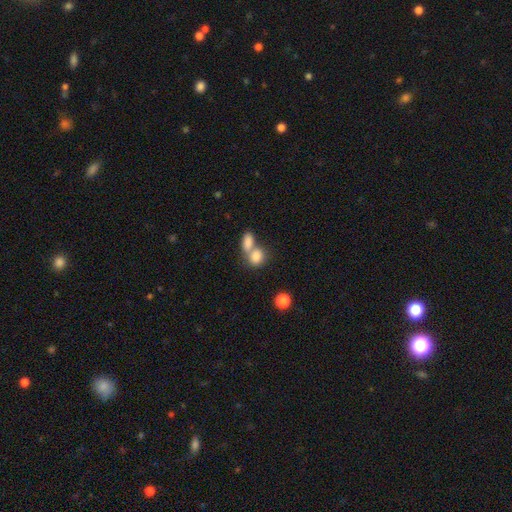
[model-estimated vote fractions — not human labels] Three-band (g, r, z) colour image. It shows a smooth galaxy with no disk features (82%) that is in between round and cigar-shaped (57%). Merging: merger (61%).